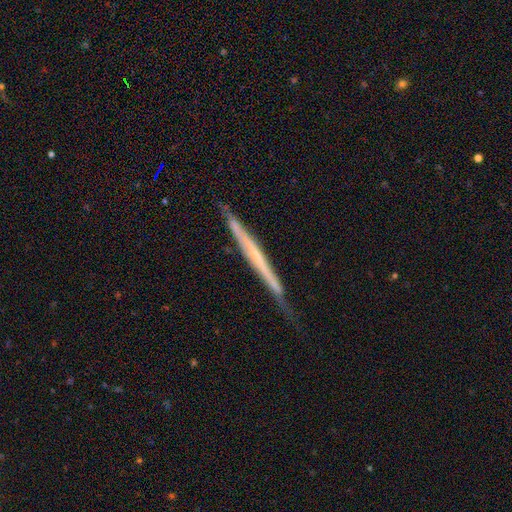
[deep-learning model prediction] Morphology: type=featured or disk (67%); edge-on=yes (95%); edge-on bulge=none (78%); merging=none (71%).